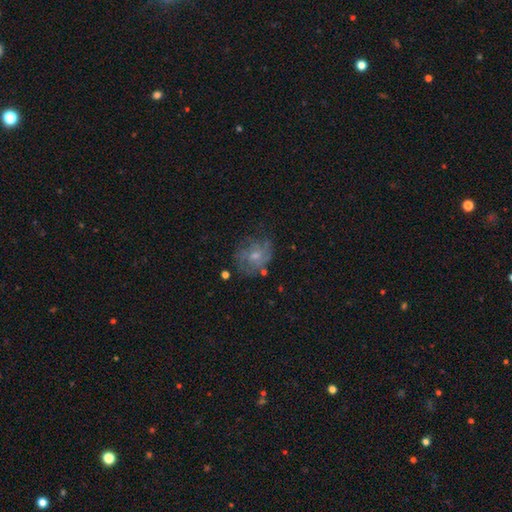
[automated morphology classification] smooth_or_featured: featured or disk (p=0.55) [alt: smooth p=0.35]
disk_edge_on: no (p=0.97) [alt: yes p=0.03]
bar: no (p=0.74) [alt: weak p=0.23]
has_spiral_arms: yes (p=0.64) [alt: no p=0.36]
bulge_size: small (p=0.57) [alt: moderate p=0.33]
merging: none (p=0.57) [alt: minor disturbance p=0.24]